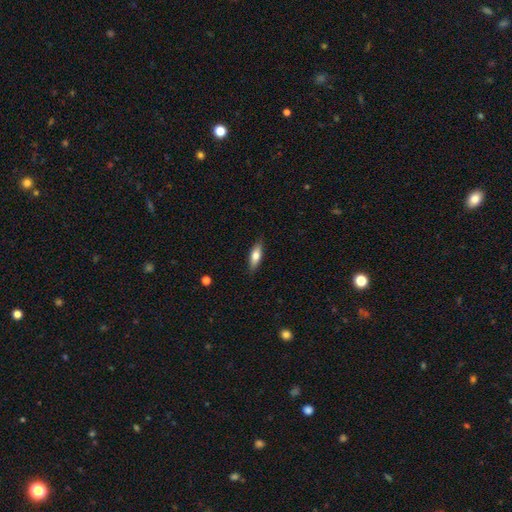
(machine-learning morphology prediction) Smooth or featured? Predicted: smooth (p=0.71). How rounded? Predicted: in between (p=0.63). Merging? Predicted: none (p=0.87).